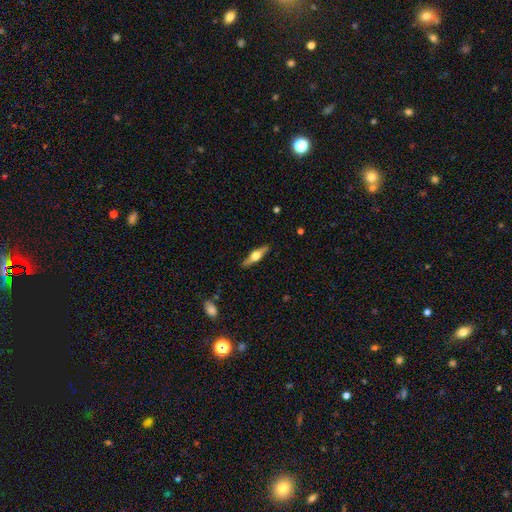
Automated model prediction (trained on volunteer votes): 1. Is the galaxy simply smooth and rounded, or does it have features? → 70% featured or disk, 25% smooth, 5% star or artifact.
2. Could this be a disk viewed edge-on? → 97% yes, 3% no.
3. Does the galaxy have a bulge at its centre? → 95% rounded, 4% boxy, 1% none.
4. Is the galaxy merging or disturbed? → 89% none, 8% minor disturbance, 2% major disturbance, 1% merger.